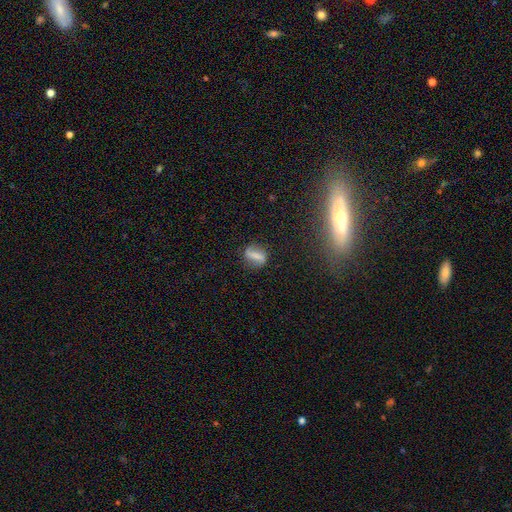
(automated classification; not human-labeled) Smooth or featured? featured or disk (53%)
Edge-on disk? no (91%)
Merging? none (80%)